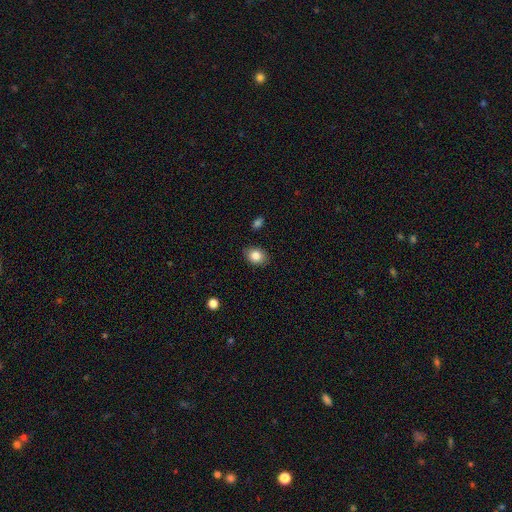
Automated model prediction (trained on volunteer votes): Overall: smooth (84%). How rounded: in between (55%; round 44%). Merging: none (86%).